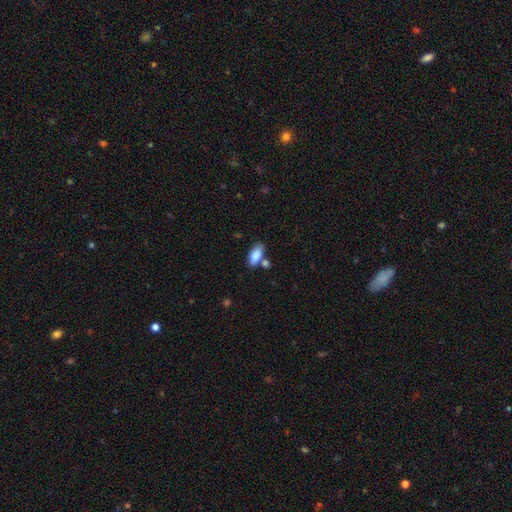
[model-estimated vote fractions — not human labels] Q: Smooth or featured?
A: smooth (86%); runner-up: star or artifact (7%)
Q: How rounded?
A: in between (87%); runner-up: cigar-shaped (11%)
Q: Merging?
A: none (66%); runner-up: merger (17%)